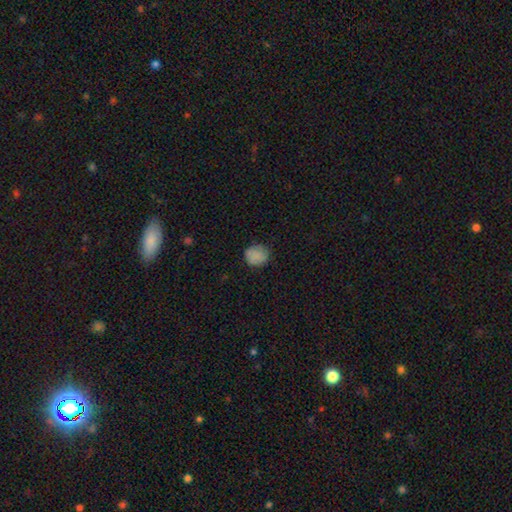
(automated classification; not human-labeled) Smooth or featured?
  - smooth: 86% *
  - star or artifact: 9%
  - featured or disk: 5%
How rounded?
  - round: 82% *
  - in between: 17%
  - cigar-shaped: 1%
Merging?
  - none: 83% *
  - minor disturbance: 13%
  - major disturbance: 3%
  - merger: 1%